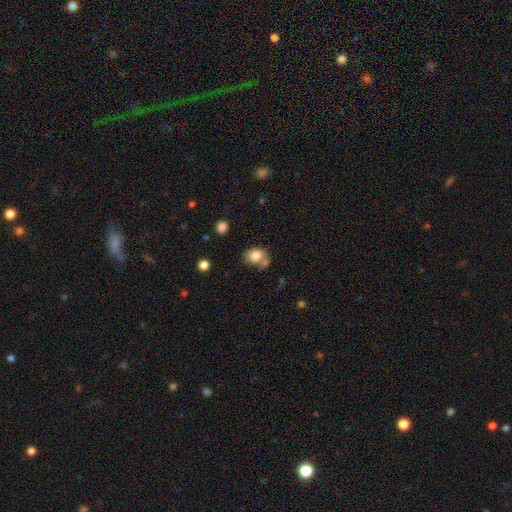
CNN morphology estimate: A smooth galaxy with no disk features (81%) that is in between round and cigar-shaped (51%).

Vote fractions:
- Smooth or featured? smooth: 81% / featured or disk: 10% / star or artifact: 9%
- How rounded? in between: 51% / round: 48% / cigar-shaped: 1%
- Merging? none: 50% / merger: 22% / minor disturbance: 20% / major disturbance: 8%